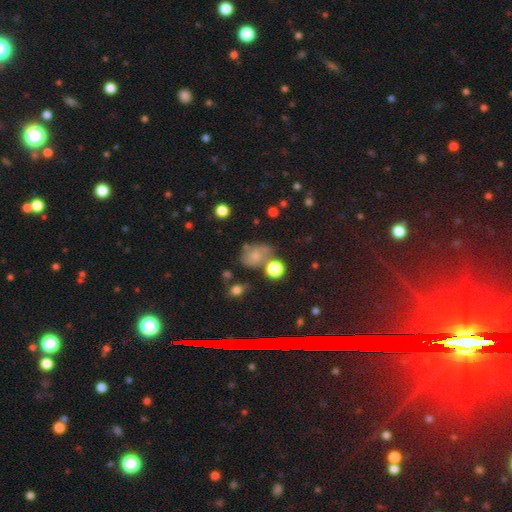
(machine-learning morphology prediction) The model was most divided on "how rounded": in between: 60%, round: 38%, cigar-shaped: 2%. Remaining: smooth or featured — smooth (60%); merging — none (49%).